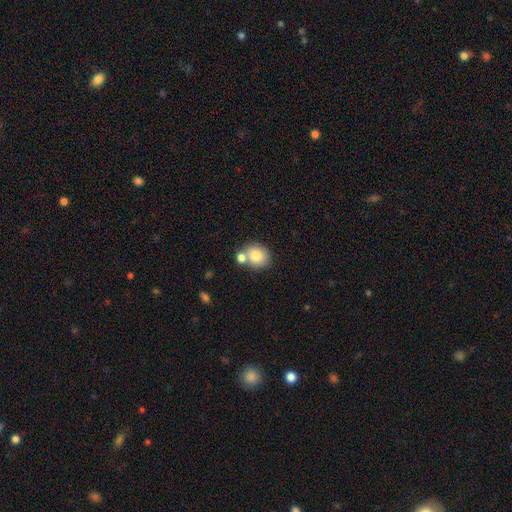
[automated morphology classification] A smooth galaxy with no disk features (81%) that is round (72%).

Vote fractions:
- Smooth or featured? smooth: 81% / featured or disk: 11% / star or artifact: 9%
- How rounded? round: 72% / in between: 27% / cigar-shaped: 1%
- Merging? none: 54% / merger: 32% / minor disturbance: 11% / major disturbance: 3%